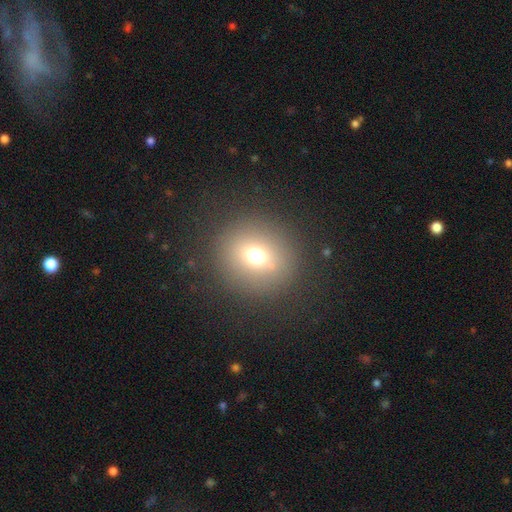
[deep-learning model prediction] smooth_or_featured: smooth (p=0.66) [alt: star or artifact p=0.20]
how_rounded: round (p=0.86) [alt: in between p=0.13]
merging: none (p=0.85) [alt: minor disturbance p=0.08]